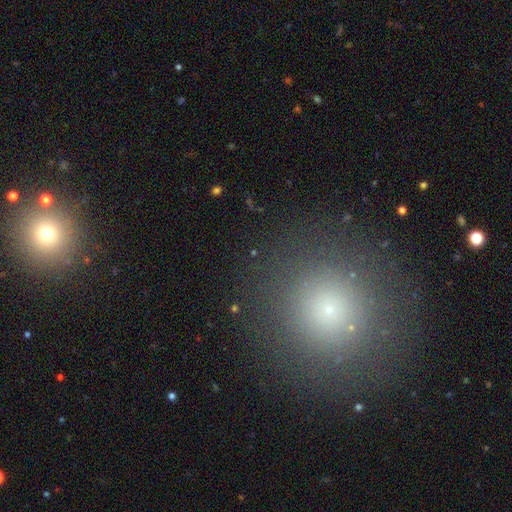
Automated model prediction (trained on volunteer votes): smooth 60%, star or artifact 29%, featured or disk 10%. Down the decision tree: how rounded — round (94%); merging — none (87%).